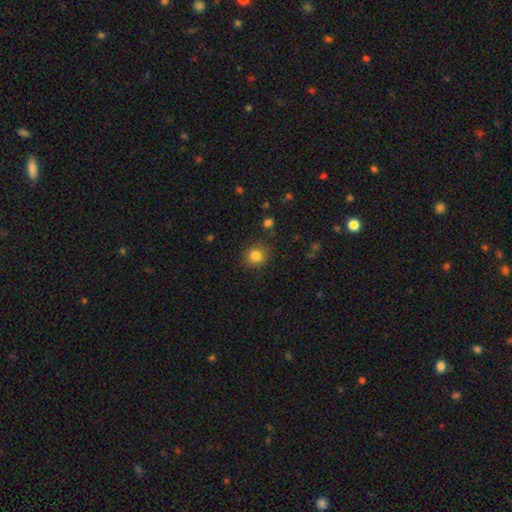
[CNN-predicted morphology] This appears to be a smooth galaxy with no disk features (83%) that is round (88%). Merging: none (88%).